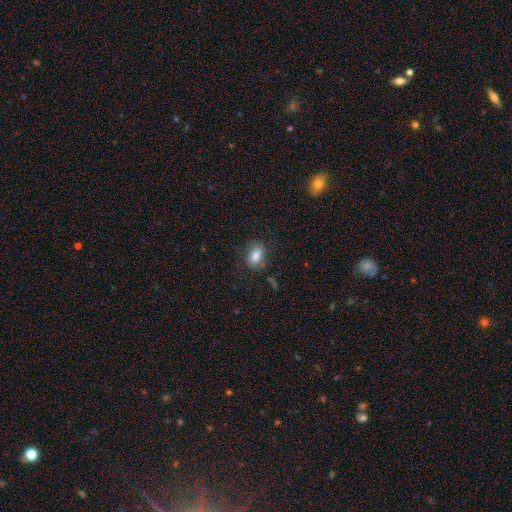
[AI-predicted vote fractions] smooth_or_featured: smooth (p=0.82) [alt: star or artifact p=0.09]
how_rounded: in between (p=0.85) [alt: round p=0.13]
merging: none (p=0.77) [alt: minor disturbance p=0.15]